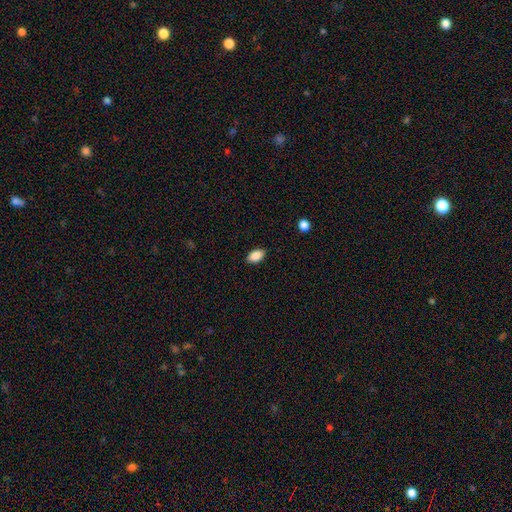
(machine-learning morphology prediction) The model was most divided on "merging": none: 87%, minor disturbance: 9%, major disturbance: 2%, merger: 1%. More confident: how rounded — in between (92%); smooth or featured — smooth (88%).